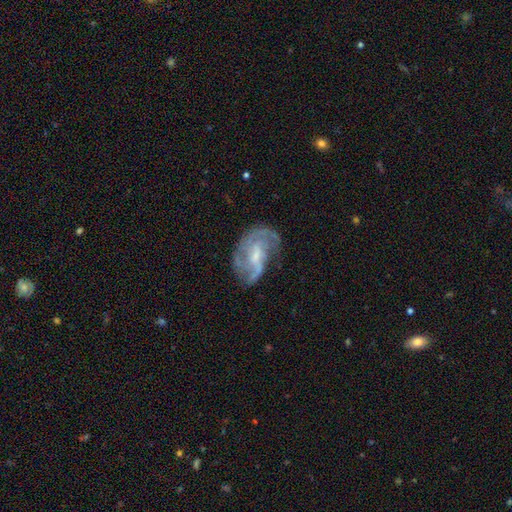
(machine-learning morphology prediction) This is clearly a featured or disk galaxy (80%). It is clearly not viewed edge-on (97%). Bar: possibly weak (51%). Spiral arm pattern: clearly yes (89%). Spiral arm count: marginally 2 (31%). Spiral winding: marginally medium (44%). Central bulge: possibly small (50%). Merging: possibly none (54%).